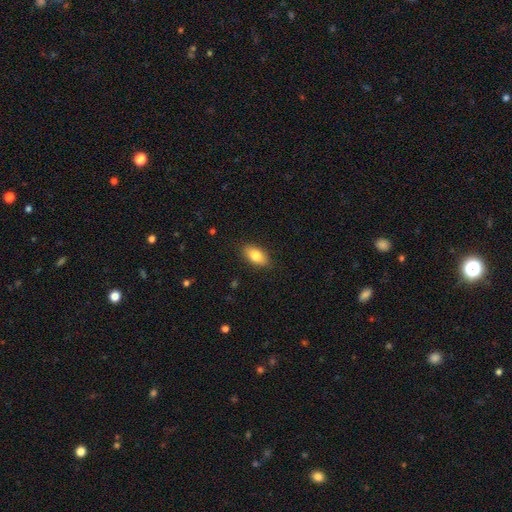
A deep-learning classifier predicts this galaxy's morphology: This is clearly a smooth galaxy (81%). How rounded: clearly in between (90%). Merging: clearly none (87%).